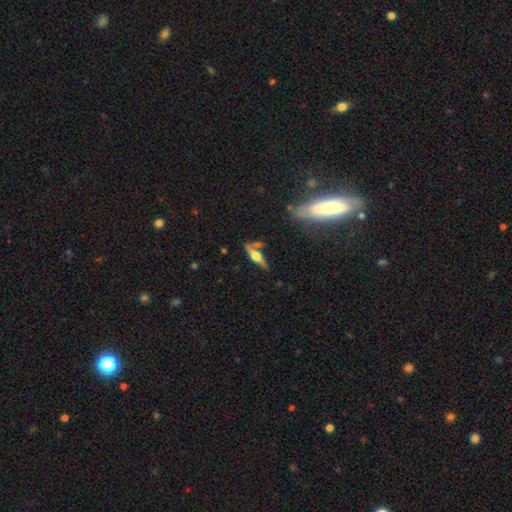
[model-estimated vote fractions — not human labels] Smooth or featured?
  - featured or disk: 66% *
  - smooth: 27%
  - star or artifact: 7%
Edge-on disk?
  - yes: 94% *
  - no: 6%
Edge-on bulge?
  - rounded: 94% *
  - boxy: 4%
  - none: 2%
Merging?
  - none: 68% *
  - minor disturbance: 15%
  - merger: 12%
  - major disturbance: 5%